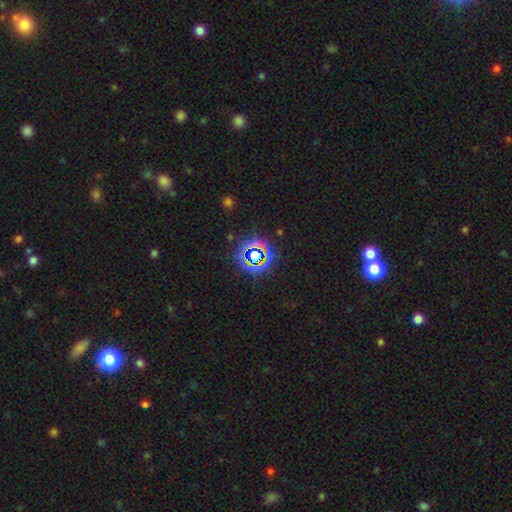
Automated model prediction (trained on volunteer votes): This appears to be a star or artifact, not a galaxy (73%).